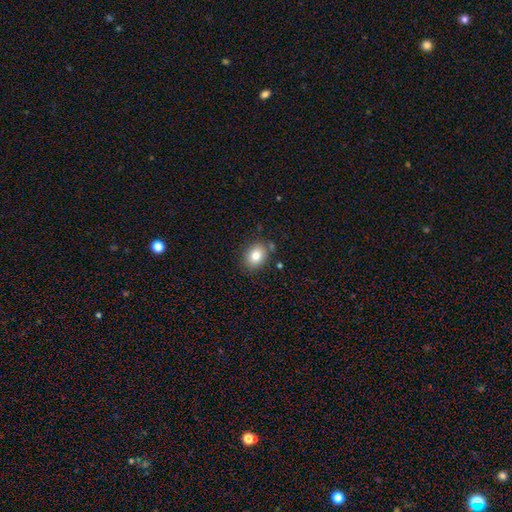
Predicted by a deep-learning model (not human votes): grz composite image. It shows a smooth galaxy with no disk features (81%) that is in between round and cigar-shaped (60%). Merging: none (81%).